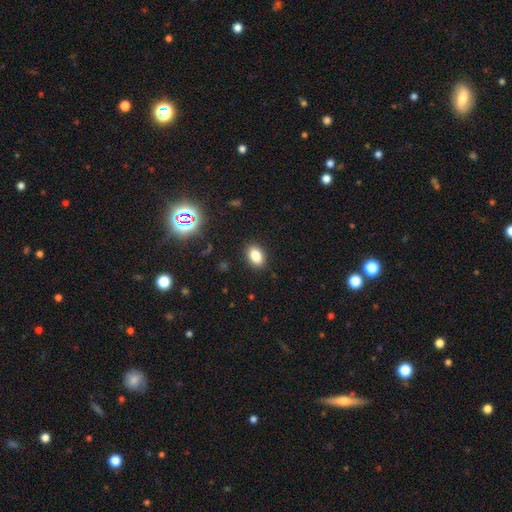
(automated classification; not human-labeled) A smooth galaxy with no disk features (82%) that is in between round and cigar-shaped (85%).

Vote fractions:
- Smooth or featured? smooth: 82% / star or artifact: 11% / featured or disk: 7%
- How rounded? in between: 85% / round: 14% / cigar-shaped: 2%
- Merging? none: 89% / minor disturbance: 8% / major disturbance: 2% / merger: 1%